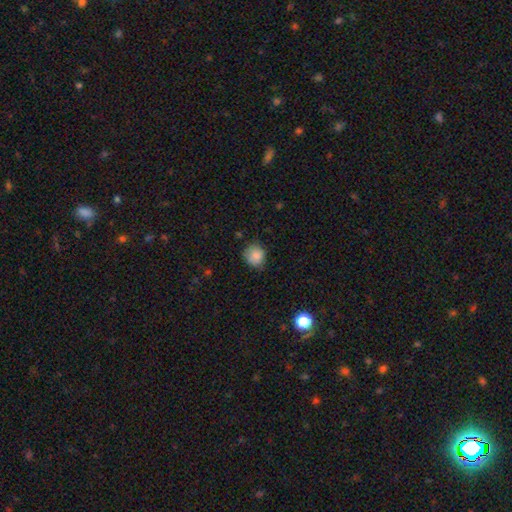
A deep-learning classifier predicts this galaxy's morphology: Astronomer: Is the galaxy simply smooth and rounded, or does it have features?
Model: smooth — 85%.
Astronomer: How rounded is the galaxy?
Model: round — 88%.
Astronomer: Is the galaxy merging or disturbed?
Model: none — 77%.